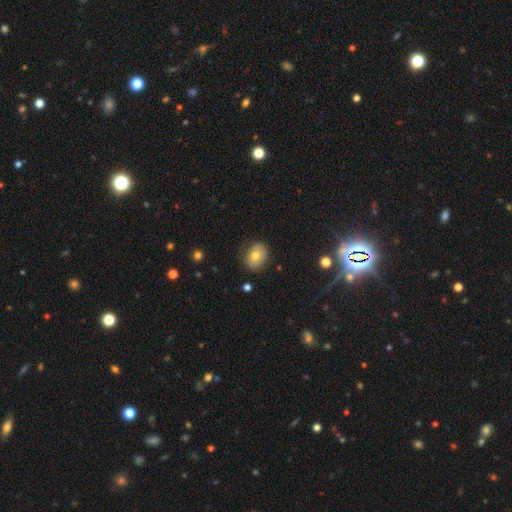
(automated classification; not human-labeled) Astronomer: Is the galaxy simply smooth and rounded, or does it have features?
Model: smooth — 71%.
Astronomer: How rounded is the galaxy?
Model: round — 51% (runner-up: in between, 48%).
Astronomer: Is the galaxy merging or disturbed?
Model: none — 82%.